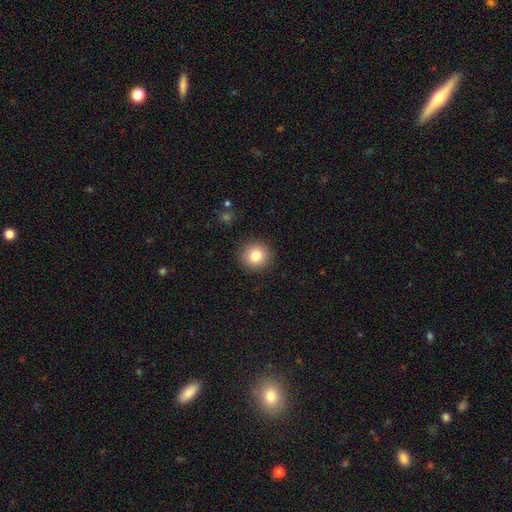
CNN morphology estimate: Smooth or featured?
  - smooth: 81% *
  - star or artifact: 11%
  - featured or disk: 8%
How rounded?
  - round: 94% *
  - in between: 5%
  - cigar-shaped: 1%
Merging?
  - none: 91% *
  - minor disturbance: 6%
  - major disturbance: 2%
  - merger: 1%